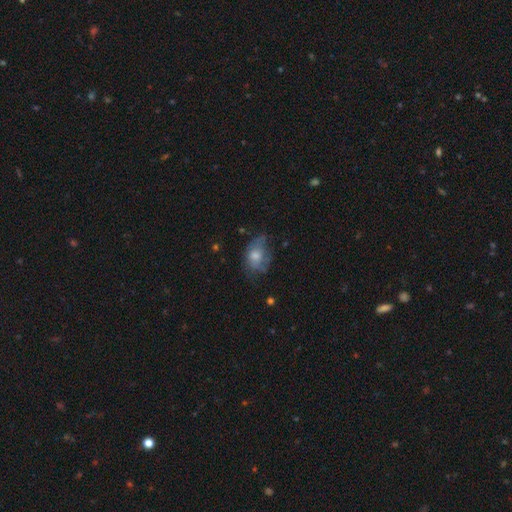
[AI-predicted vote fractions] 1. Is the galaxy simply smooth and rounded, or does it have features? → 59% smooth, 32% featured or disk, 9% star or artifact.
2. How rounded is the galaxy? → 80% in between, 18% round, 2% cigar-shaped.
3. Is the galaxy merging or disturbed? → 41% none, 33% minor disturbance, 24% major disturbance, 2% merger.